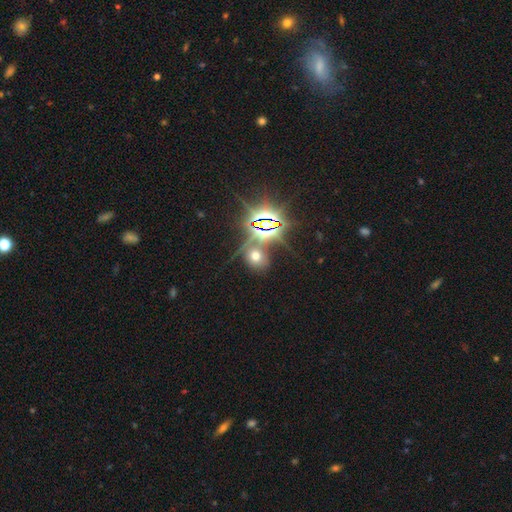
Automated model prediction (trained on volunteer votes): Smooth or featured? Predicted: smooth (p=0.46). Merging? Predicted: none (p=0.63).